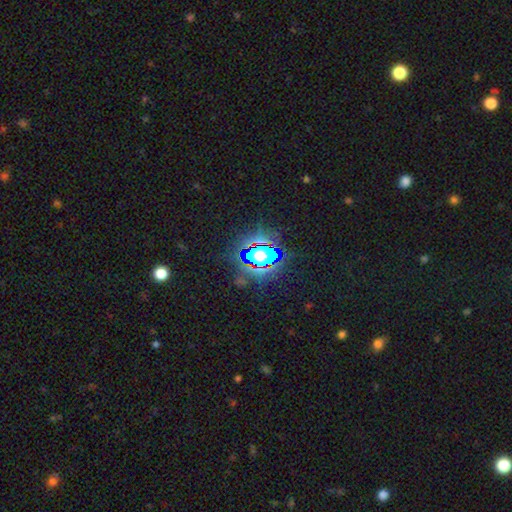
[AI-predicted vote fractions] The model was most divided on "smooth or featured": star or artifact: 83%, smooth: 10%, featured or disk: 7%.